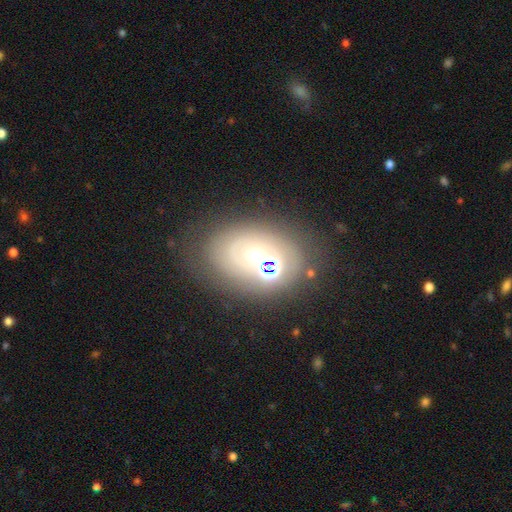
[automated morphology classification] A featured or disk galaxy (50%). Merging: none (62%).